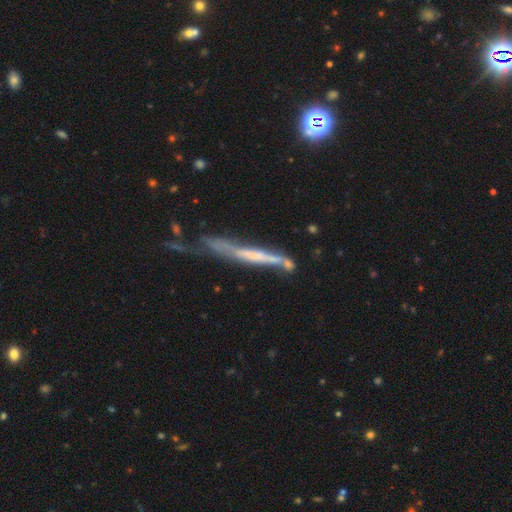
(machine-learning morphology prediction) Smooth or featured?
  - featured or disk: 62% *
  - smooth: 30%
  - star or artifact: 8%
Edge-on disk?
  - yes: 83% *
  - no: 17%
Edge-on bulge?
  - none: 71% *
  - rounded: 15%
  - boxy: 14%
Merging?
  - none: 36% *
  - minor disturbance: 27%
  - major disturbance: 23%
  - merger: 14%